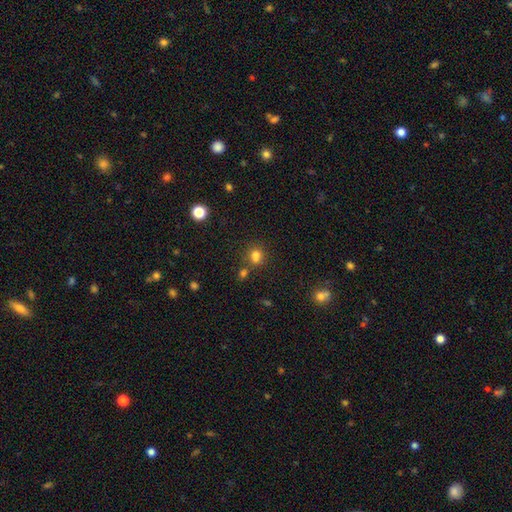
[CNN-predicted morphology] smooth_or_featured: smooth (p=0.74) [alt: star or artifact p=0.17]
how_rounded: round (p=0.72) [alt: in between p=0.27]
merging: none (p=0.55) [alt: merger p=0.29]